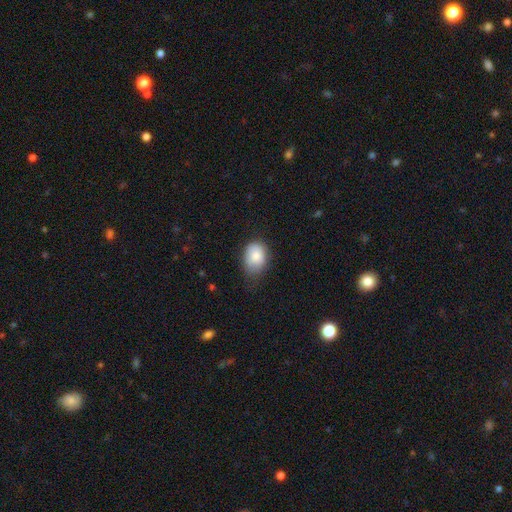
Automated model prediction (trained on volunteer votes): smooth_or_featured: smooth (p=0.84) [alt: featured or disk p=0.08]
how_rounded: in between (p=0.69) [alt: round p=0.30]
merging: none (p=0.56) [alt: minor disturbance p=0.34]